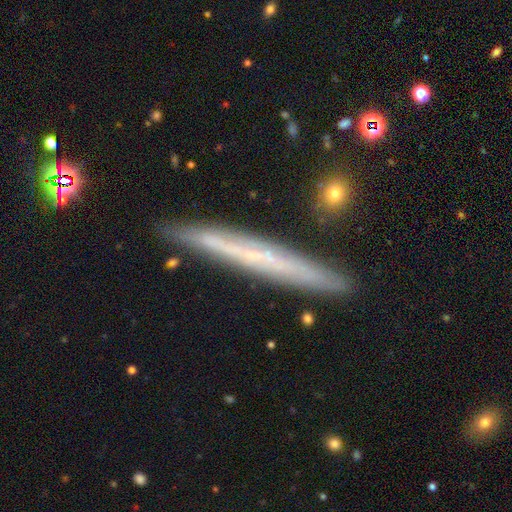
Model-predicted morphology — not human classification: A featured or disk galaxy (62%) viewed edge-on (93%) with no central bulge (84%). Merging: none (88%).